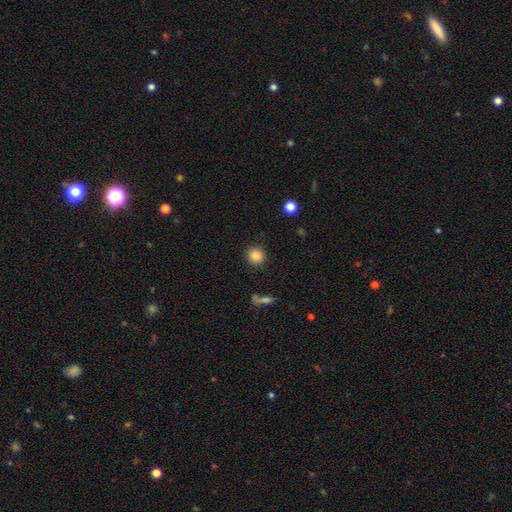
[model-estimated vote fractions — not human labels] A smooth galaxy with no disk features (86%) that is round (92%). Merging: none (89%).